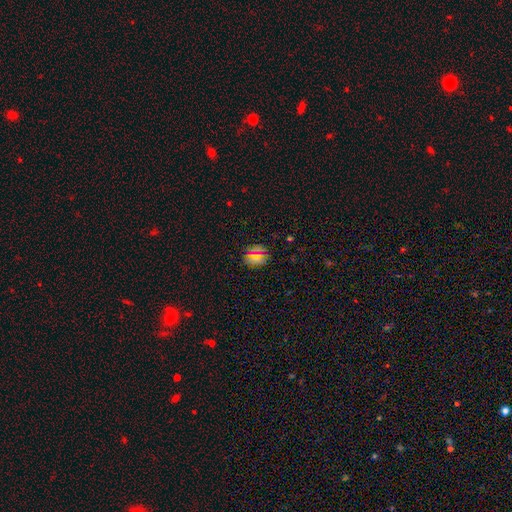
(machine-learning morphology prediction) smooth-or-featured: smooth: 71% | star or artifact: 21% | featured or disk: 8%
  how-rounded: round: 64% | in between: 34% | cigar-shaped: 2%
  merging: none: 85% | minor disturbance: 10% | major disturbance: 3% | merger: 2%